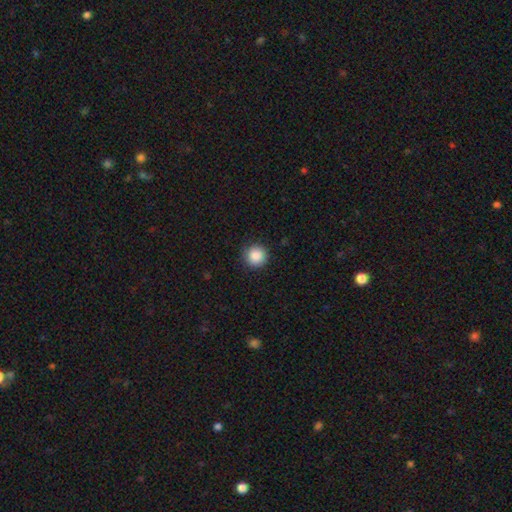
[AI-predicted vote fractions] A smooth galaxy with no disk features (88%) that is round (96%).

Vote fractions:
- Smooth or featured? smooth: 88% / star or artifact: 9% / featured or disk: 3%
- How rounded? round: 96% / in between: 3% / cigar-shaped: 1%
- Merging? none: 90% / minor disturbance: 7% / major disturbance: 2% / merger: 1%